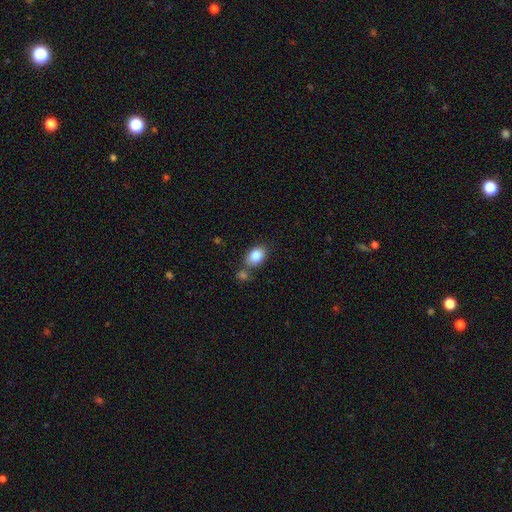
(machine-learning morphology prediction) A smooth galaxy with no disk features (86%) that is in between round and cigar-shaped (77%).

Vote fractions:
- Smooth or featured? smooth: 86% / star or artifact: 8% / featured or disk: 6%
- How rounded? in between: 77% / round: 22% / cigar-shaped: 1%
- Merging? none: 65% / merger: 18% / minor disturbance: 14% / major disturbance: 4%